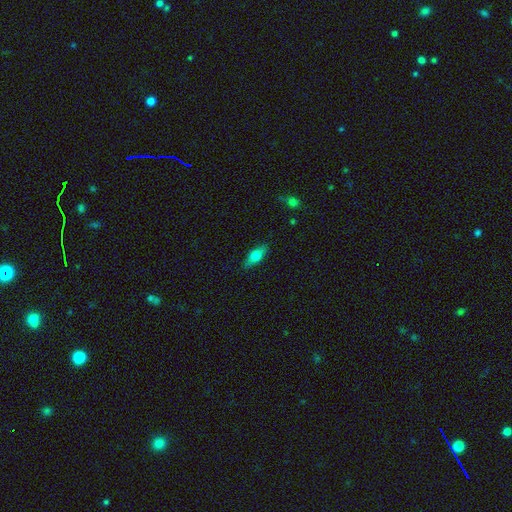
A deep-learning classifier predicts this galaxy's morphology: Smooth or featured? Predicted: smooth (p=0.67). How rounded? Predicted: in between (p=0.69). Merging? Predicted: none (p=0.85).